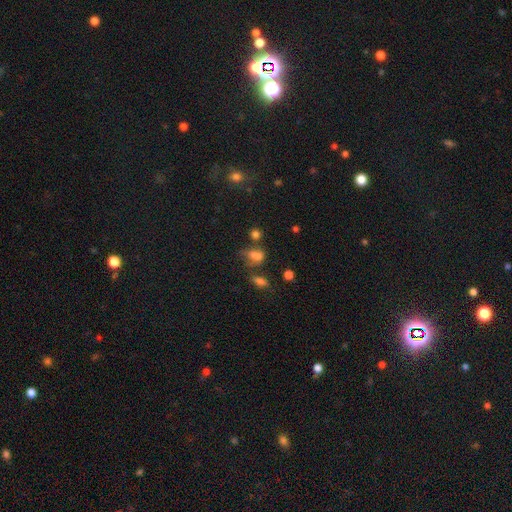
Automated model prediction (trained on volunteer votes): smooth_or_featured: smooth (p=0.67) [alt: star or artifact p=0.20]
how_rounded: in between (p=0.66) [alt: round p=0.31]
merging: none (p=0.39) [alt: minor disturbance p=0.23]